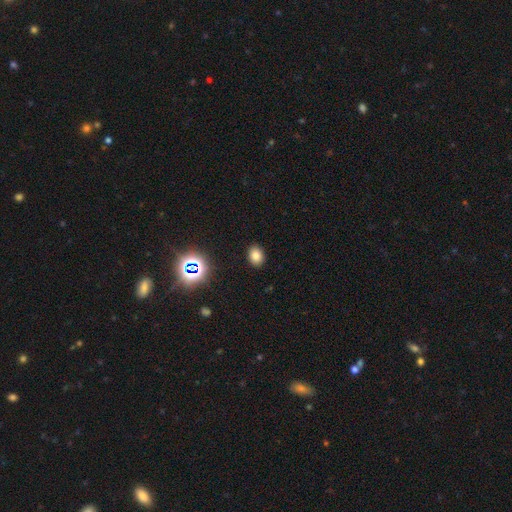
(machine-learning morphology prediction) Smooth or featured? Predicted: smooth (p=0.77). How rounded? Predicted: in between (p=0.69). Merging? Predicted: none (p=0.89).